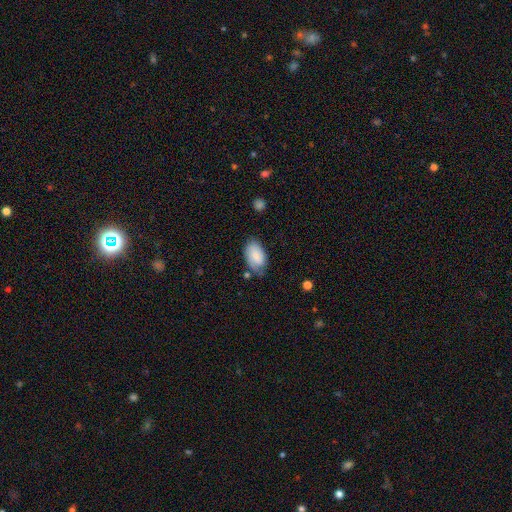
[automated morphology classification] Overall: smooth (72%). How rounded: in between (93%). Merging: none (62%; minor disturbance 28%).